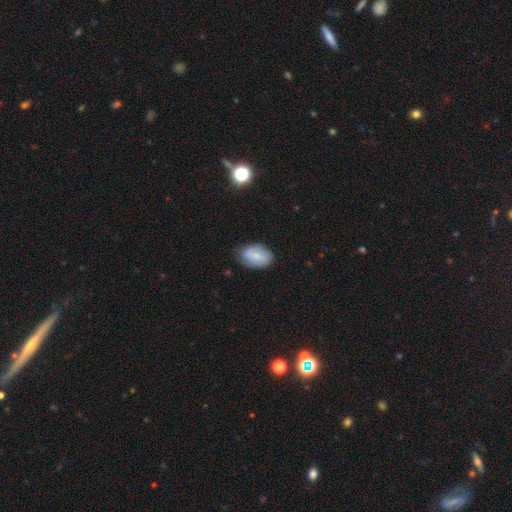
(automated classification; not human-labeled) smooth 71%, featured or disk 22%, star or artifact 7%. Down the decision tree: how rounded — in between (86%); merging — none (78%).